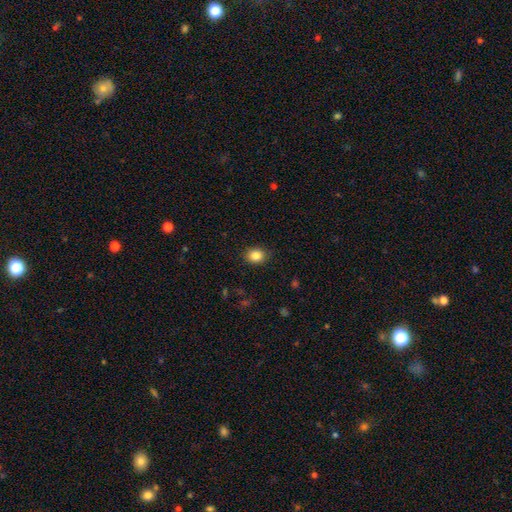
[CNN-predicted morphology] smooth_or_featured: smooth (p=0.85) [alt: star or artifact p=0.10]
how_rounded: round (p=0.58) [alt: in between p=0.41]
merging: none (p=0.88) [alt: minor disturbance p=0.09]